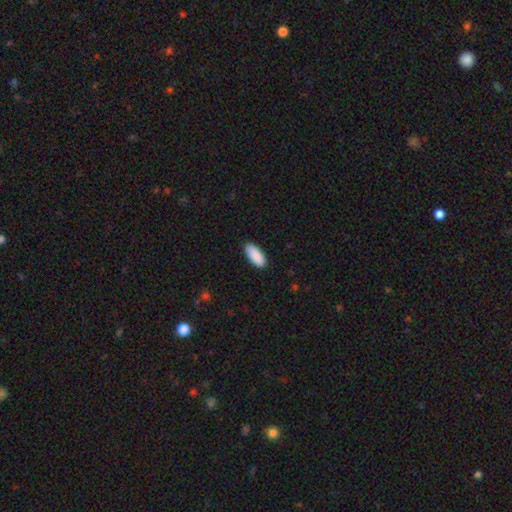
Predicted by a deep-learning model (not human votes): Smooth or featured? smooth (91%)
How rounded? in between (83%)
Merging? none (88%)